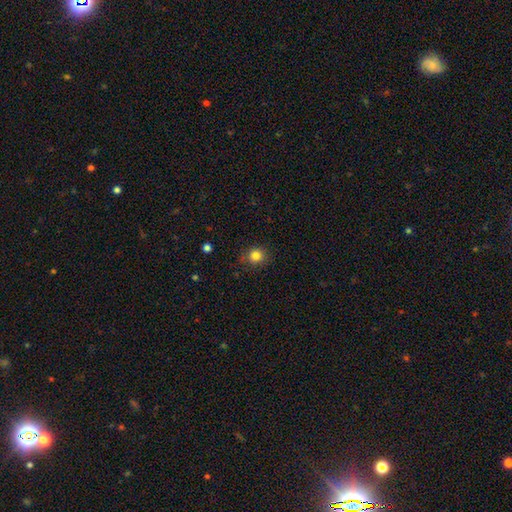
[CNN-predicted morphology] Smooth or featured? smooth (83%)
How rounded? round (87%)
Merging? none (83%)